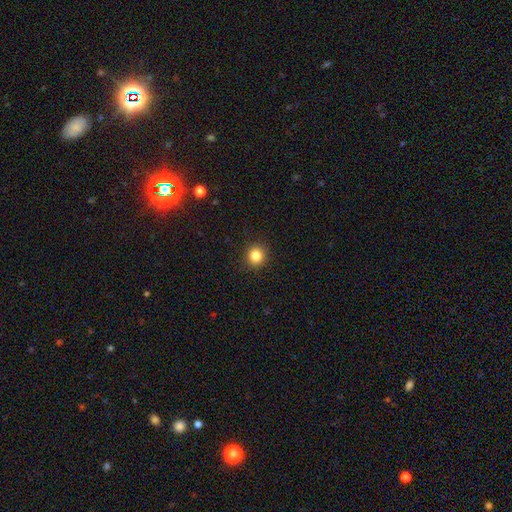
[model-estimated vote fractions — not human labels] Overall: smooth (84%). How rounded: round (91%). Merging: none (92%).